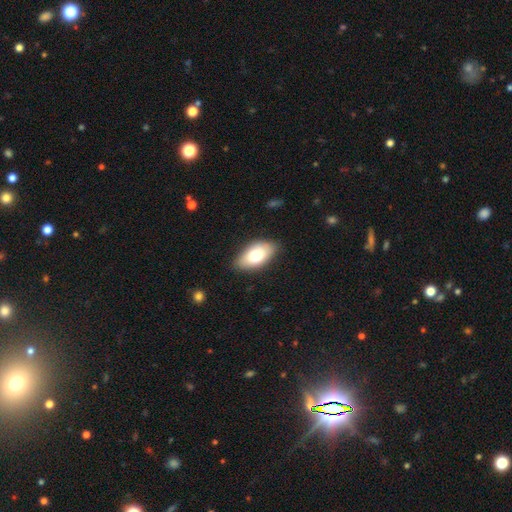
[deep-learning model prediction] A smooth galaxy with no disk features (72%) that is in between round and cigar-shaped (92%). Merging: none (84%).